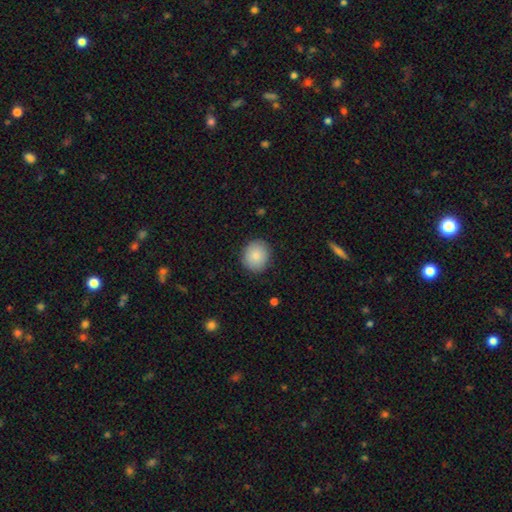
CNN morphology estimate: smooth_or_featured: smooth (p=0.87) [alt: star or artifact p=0.07]
how_rounded: round (p=0.78) [alt: in between p=0.21]
merging: none (p=0.88) [alt: minor disturbance p=0.09]